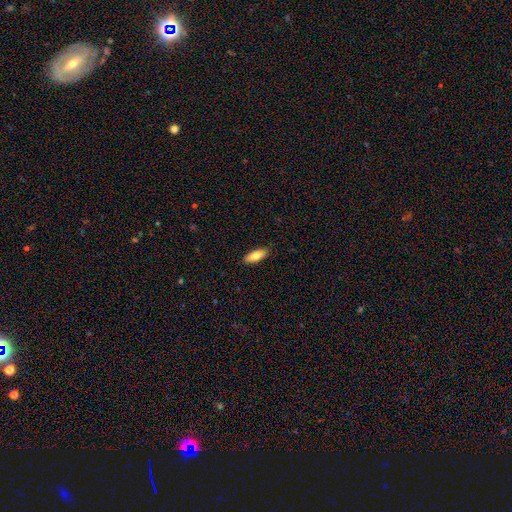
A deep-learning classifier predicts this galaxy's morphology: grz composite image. It shows a smooth galaxy with no disk features (77%) that is in between round and cigar-shaped (69%). Merging: none (88%).